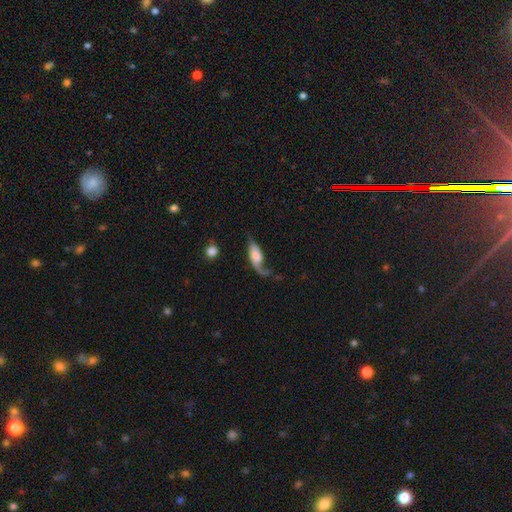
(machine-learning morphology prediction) Overall: featured or disk (55%; smooth 38%). Edge-on disk: no (83%). Merging: none (35%; major disturbance 34%).